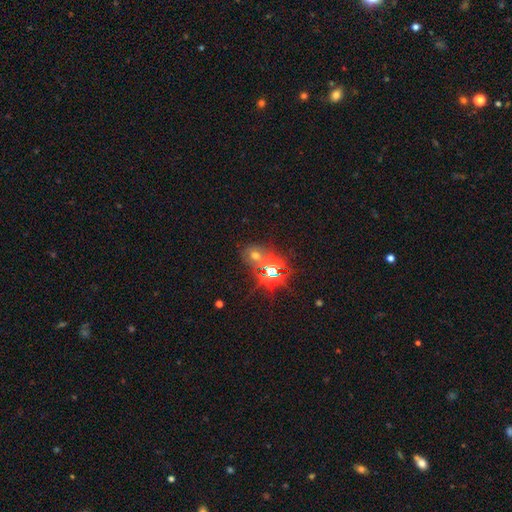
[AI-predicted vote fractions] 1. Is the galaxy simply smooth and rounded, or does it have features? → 49% star or artifact, 42% smooth, 9% featured or disk.